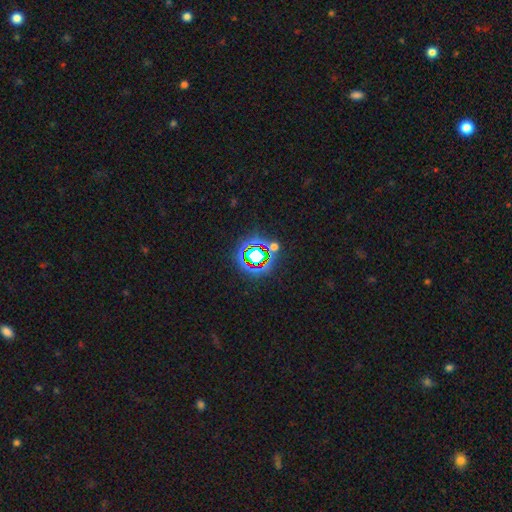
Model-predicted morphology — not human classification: This appears to be a star or artifact, not a galaxy (70%).